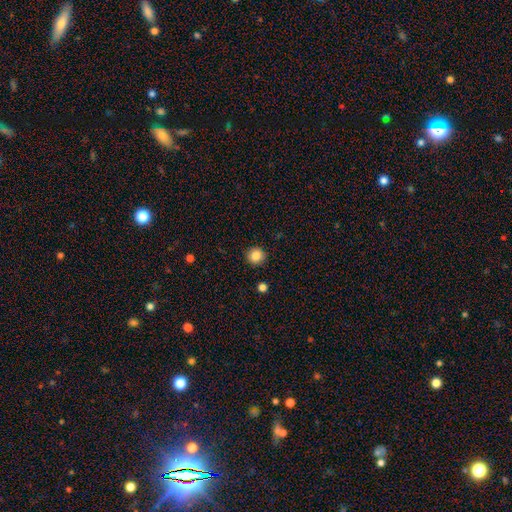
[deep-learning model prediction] smooth-or-featured: smooth: 85% | star or artifact: 10% | featured or disk: 5%
  how-rounded: round: 91% | in between: 8% | cigar-shaped: 1%
  merging: none: 90% | minor disturbance: 6% | major disturbance: 2% | merger: 1%